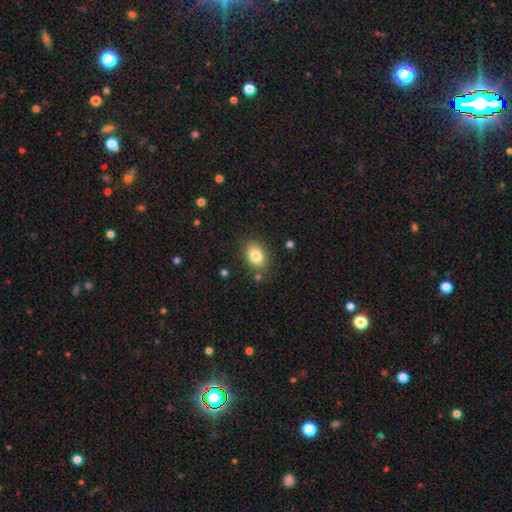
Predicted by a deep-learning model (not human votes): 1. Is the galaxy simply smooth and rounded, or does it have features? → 82% smooth, 9% star or artifact, 9% featured or disk.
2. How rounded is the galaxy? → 77% in between, 22% round, 1% cigar-shaped.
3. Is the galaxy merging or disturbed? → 81% none, 12% minor disturbance, 4% merger, 3% major disturbance.